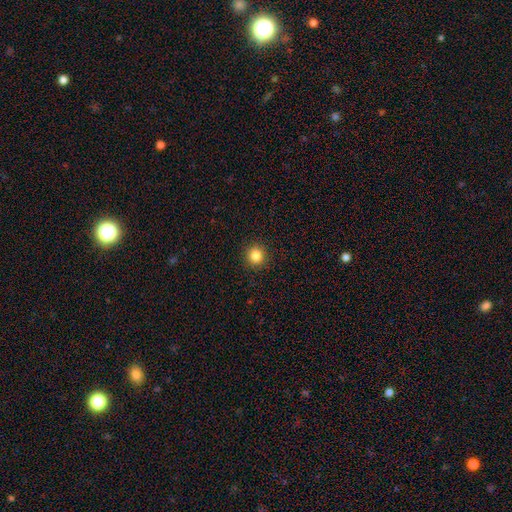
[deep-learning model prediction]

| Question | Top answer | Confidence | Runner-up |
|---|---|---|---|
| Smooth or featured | smooth | 85% | star or artifact (11%) |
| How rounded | round | 93% | in between (6%) |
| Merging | none | 92% | minor disturbance (5%) |